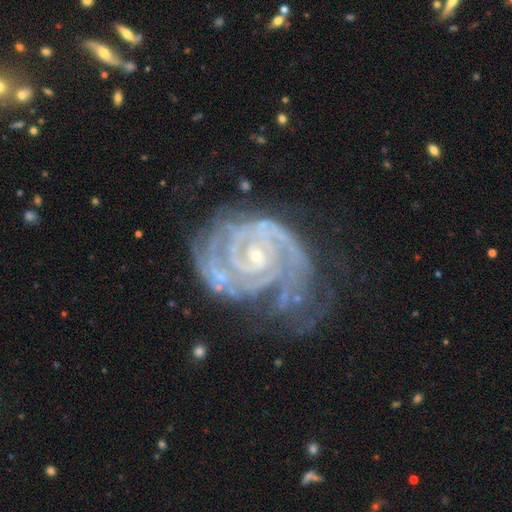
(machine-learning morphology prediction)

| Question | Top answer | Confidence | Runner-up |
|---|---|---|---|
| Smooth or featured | featured or disk | 92% | star or artifact (5%) |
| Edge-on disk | no | 98% | yes (2%) |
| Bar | no | 60% | weak (29%) |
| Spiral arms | yes | 98% | no (2%) |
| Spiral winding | tight | 78% | medium (20%) |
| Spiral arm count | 2 | 43% | 3 (20%) |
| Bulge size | small | 79% | moderate (17%) |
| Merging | none | 50% | minor disturbance (28%) |